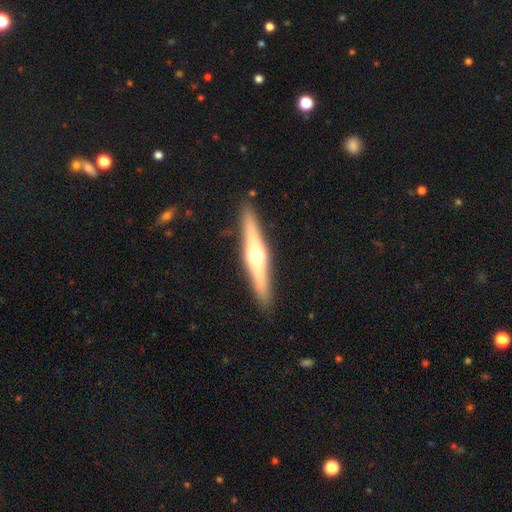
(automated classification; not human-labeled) Q: Smooth or featured?
A: featured or disk (64%); runner-up: smooth (31%)
Q: Edge-on disk?
A: yes (96%); runner-up: no (4%)
Q: Edge-on bulge?
A: rounded (92%); runner-up: none (4%)
Q: Merging?
A: none (90%); runner-up: minor disturbance (7%)